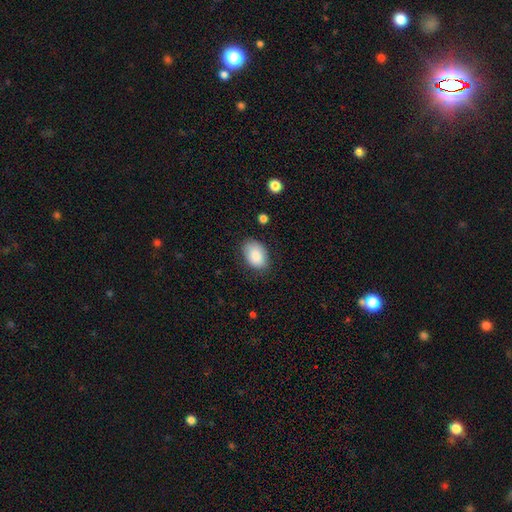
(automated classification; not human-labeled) Smooth or featured? smooth (87%)
How rounded? in between (88%)
Merging? none (78%)